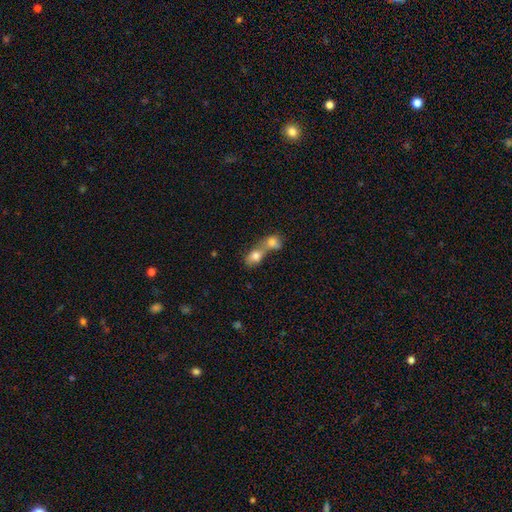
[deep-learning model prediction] Smooth or featured?
  - smooth: 78% *
  - featured or disk: 14%
  - star or artifact: 9%
How rounded?
  - in between: 63% *
  - round: 34%
  - cigar-shaped: 3%
Merging?
  - merger: 76% *
  - none: 15%
  - minor disturbance: 5%
  - major disturbance: 4%